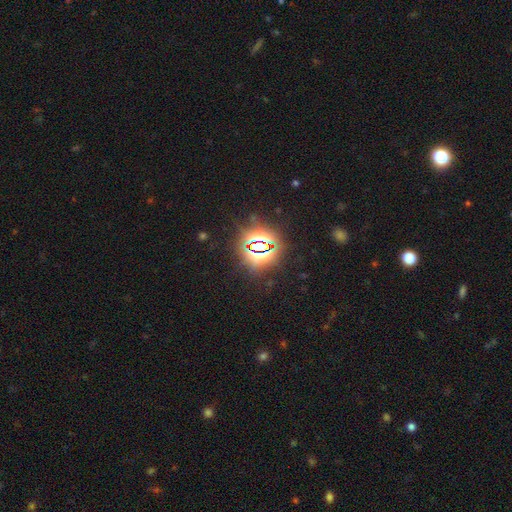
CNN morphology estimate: A star or artifact, not a galaxy (82%).